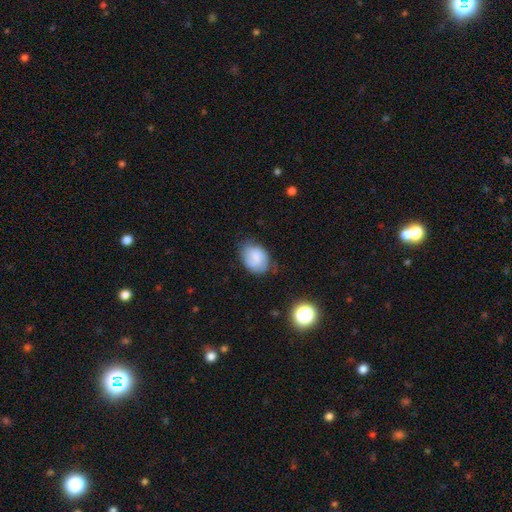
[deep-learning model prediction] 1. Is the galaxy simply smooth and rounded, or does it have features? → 59% smooth, 32% featured or disk, 9% star or artifact.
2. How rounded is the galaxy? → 66% in between, 33% round, 1% cigar-shaped.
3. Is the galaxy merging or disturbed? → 63% none, 27% minor disturbance, 8% major disturbance, 2% merger.